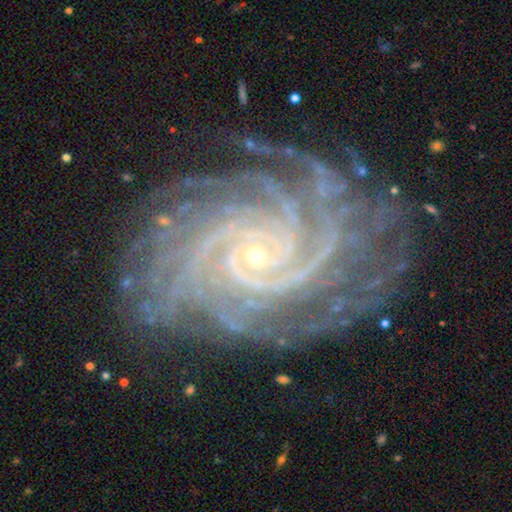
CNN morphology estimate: Q: Smooth or featured?
A: featured or disk (92%); runner-up: star or artifact (5%)
Q: Edge-on disk?
A: no (98%); runner-up: yes (2%)
Q: Bar?
A: no (64%); runner-up: weak (24%)
Q: Spiral arms?
A: yes (99%); runner-up: no (1%)
Q: Spiral winding?
A: tight (83%); runner-up: medium (15%)
Q: Spiral arm count?
A: more than 4 (34%); runner-up: 4 (21%)
Q: Bulge size?
A: small (87%); runner-up: moderate (10%)
Q: Merging?
A: none (81%); runner-up: minor disturbance (13%)